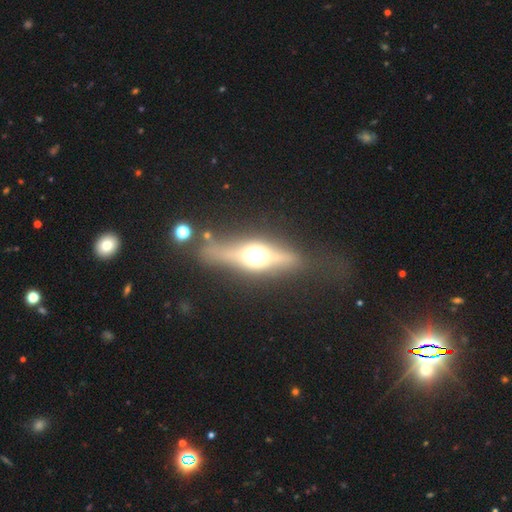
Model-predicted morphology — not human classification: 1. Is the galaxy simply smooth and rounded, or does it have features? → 67% featured or disk, 23% smooth, 10% star or artifact.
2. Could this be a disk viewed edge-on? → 89% yes, 11% no.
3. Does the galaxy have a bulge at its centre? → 94% rounded, 4% boxy, 2% none.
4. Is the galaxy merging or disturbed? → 76% none, 13% minor disturbance, 7% major disturbance, 4% merger.